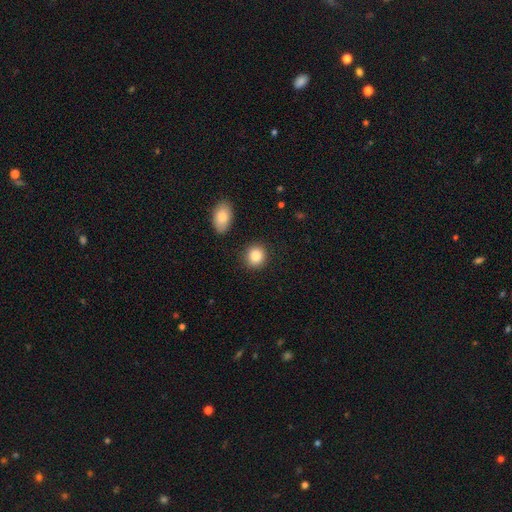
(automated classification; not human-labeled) Morphology: type=smooth (86%); roundness=round (80%); merging=none (86%).